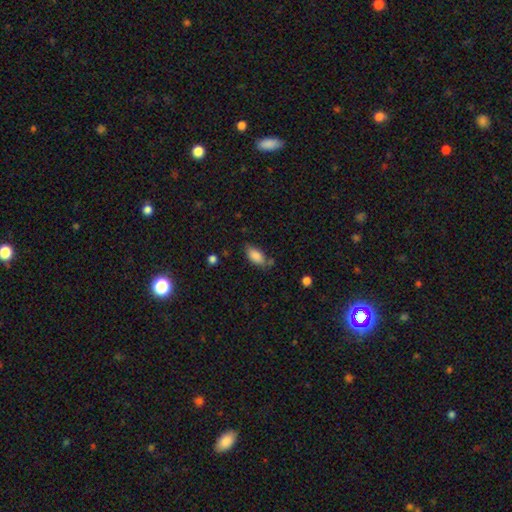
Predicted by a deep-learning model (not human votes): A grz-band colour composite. It shows a smooth galaxy with no disk features (84%) that is in between round and cigar-shaped (91%). Merging: none (61%).